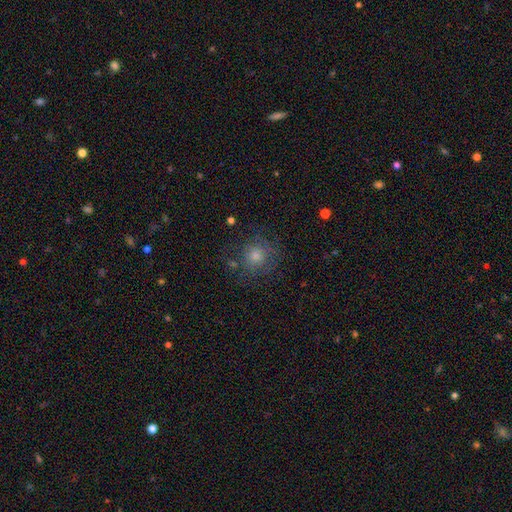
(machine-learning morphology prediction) type=smooth (55%); roundness=round (89%); merging=none (74%).